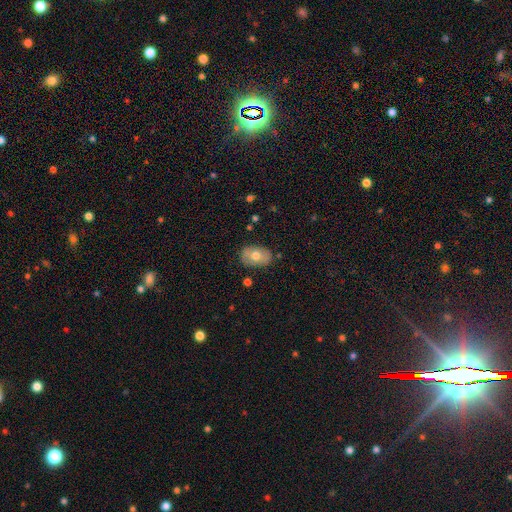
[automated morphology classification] A smooth galaxy with no disk features (65%) that is in between round and cigar-shaped (80%). Merging: none (82%).